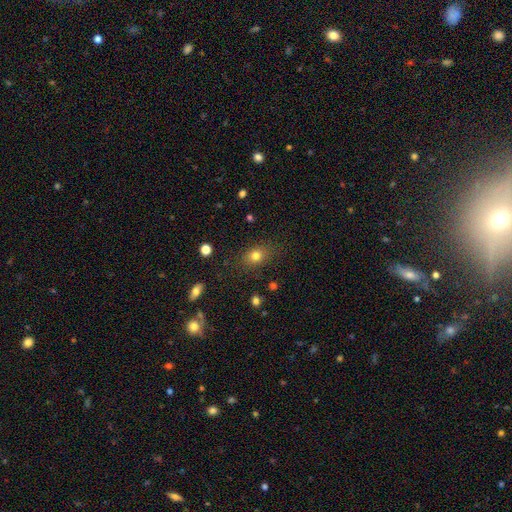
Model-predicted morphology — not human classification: A smooth galaxy with no disk features (77%) that is in between round and cigar-shaped (57%).

Vote fractions:
- Smooth or featured? smooth: 77% / star or artifact: 13% / featured or disk: 10%
- How rounded? in between: 57% / round: 41% / cigar-shaped: 2%
- Merging? none: 81% / minor disturbance: 13% / major disturbance: 5% / merger: 2%